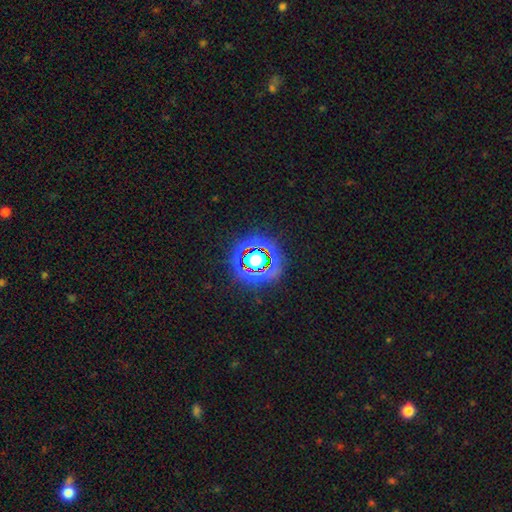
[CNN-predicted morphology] Smooth or featured?
  - star or artifact: 75% *
  - smooth: 15%
  - featured or disk: 10%